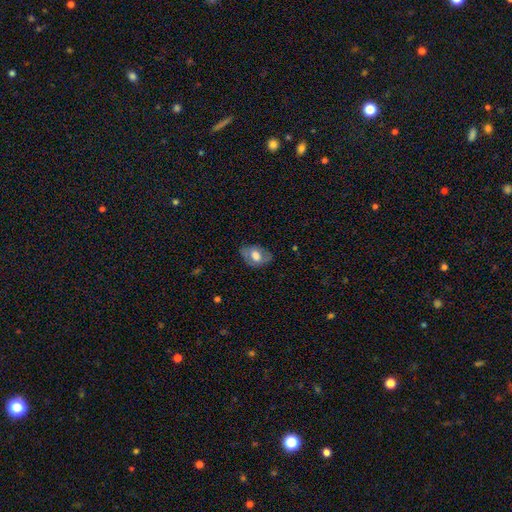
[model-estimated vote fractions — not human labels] Smooth or featured?
  - smooth: 54% *
  - featured or disk: 38%
  - star or artifact: 8%
How rounded?
  - in between: 82% *
  - round: 17%
  - cigar-shaped: 1%
Merging?
  - none: 68% *
  - minor disturbance: 23%
  - major disturbance: 8%
  - merger: 1%